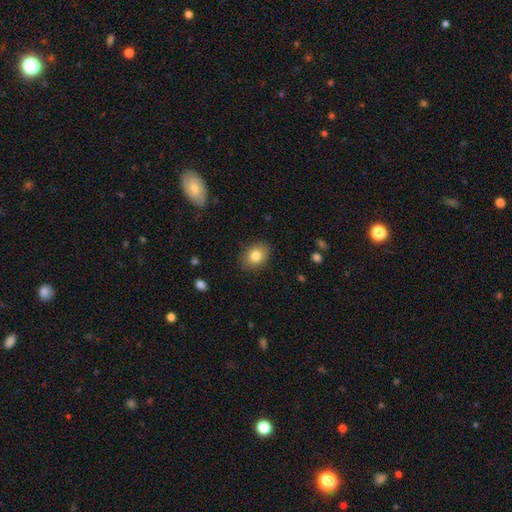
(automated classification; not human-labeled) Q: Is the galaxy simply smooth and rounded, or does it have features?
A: smooth — 82%.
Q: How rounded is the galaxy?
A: in between — 59%.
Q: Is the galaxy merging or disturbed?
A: none — 87%.